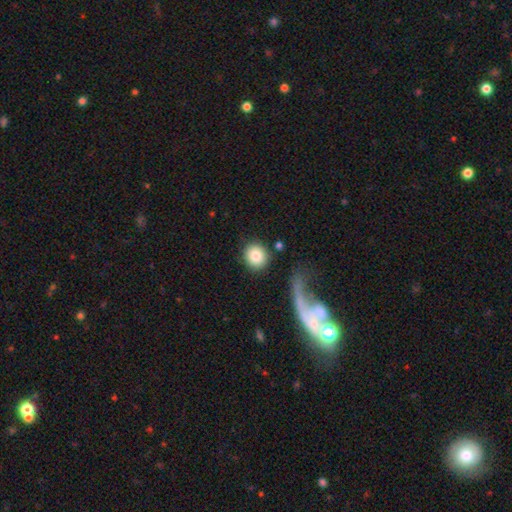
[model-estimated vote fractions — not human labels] Smooth or featured? smooth (84%)
How rounded? round (89%)
Merging? none (81%)